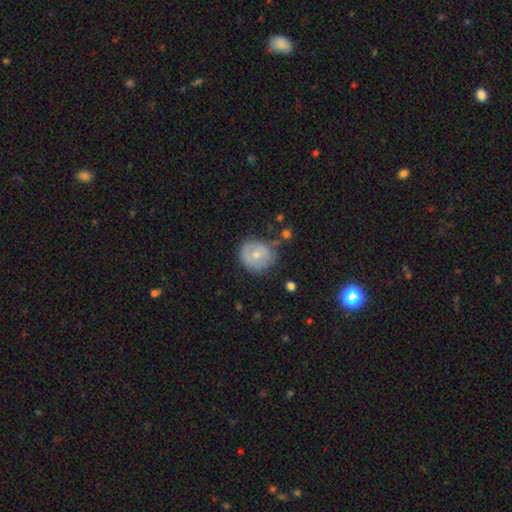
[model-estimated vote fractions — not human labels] Smooth or featured? smooth (63%)
How rounded? round (82%)
Merging? none (63%)